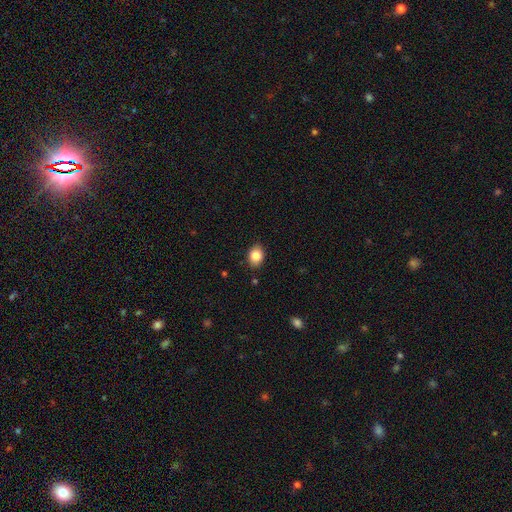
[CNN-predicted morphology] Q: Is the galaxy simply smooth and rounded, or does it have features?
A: smooth — 84%.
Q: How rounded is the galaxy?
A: in between — 64%.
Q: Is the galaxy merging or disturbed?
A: none — 87%.